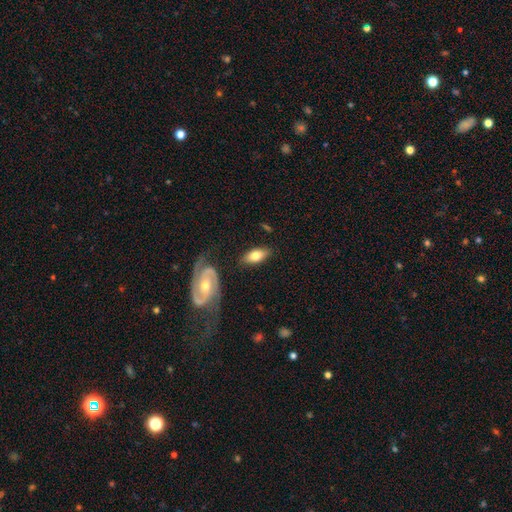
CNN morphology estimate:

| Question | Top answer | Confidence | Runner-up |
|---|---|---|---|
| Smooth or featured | smooth | 66% | featured or disk (28%) |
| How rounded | in between | 87% | cigar-shaped (9%) |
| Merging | none | 79% | minor disturbance (14%) |